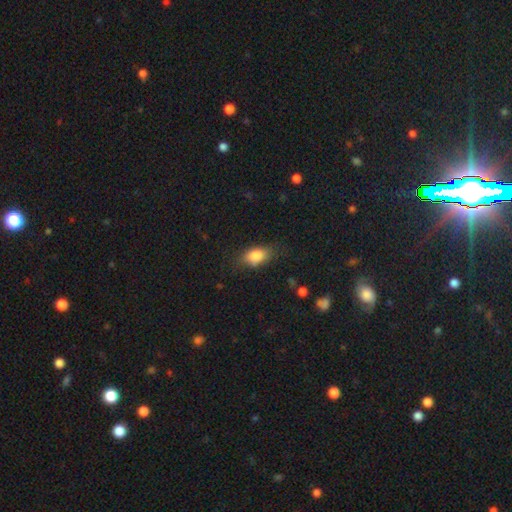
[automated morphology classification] A smooth galaxy with no disk features (83%) that is in between round and cigar-shaped (85%). Merging: none (72%).